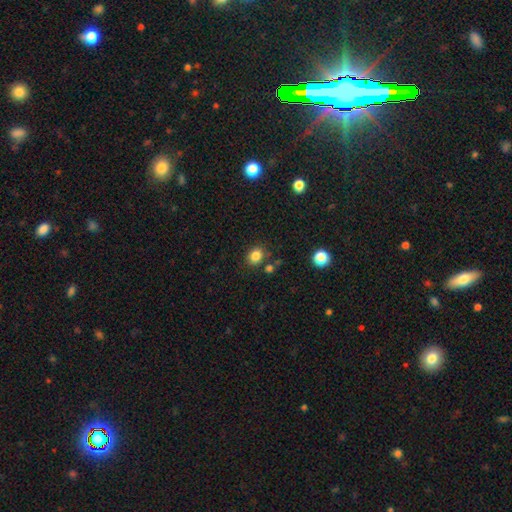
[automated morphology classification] type=smooth (83%); roundness=round (61%); merging=none (79%).